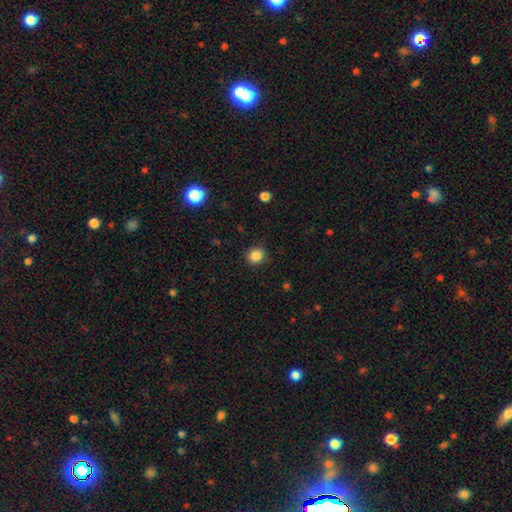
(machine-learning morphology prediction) smooth_or_featured: smooth (p=0.86) [alt: star or artifact p=0.11]
how_rounded: round (p=0.86) [alt: in between p=0.13]
merging: none (p=0.90) [alt: minor disturbance p=0.07]